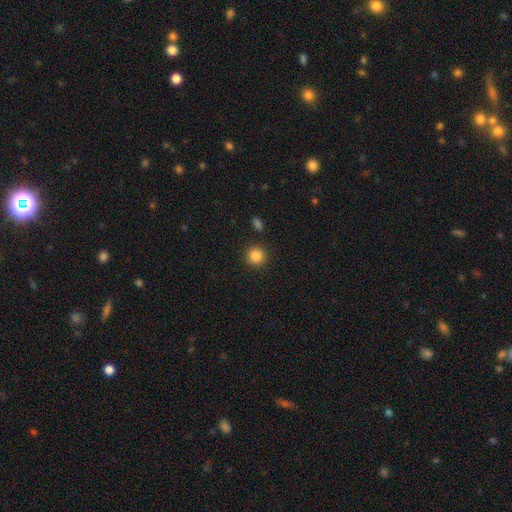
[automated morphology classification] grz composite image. It shows a smooth galaxy with no disk features (85%) that is round (93%). Merging: none (90%).